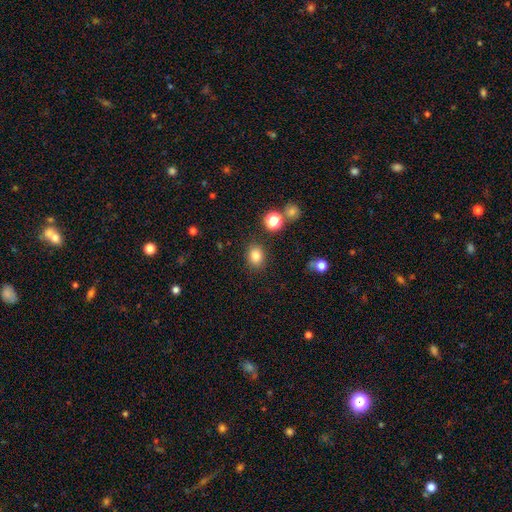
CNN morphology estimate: smooth-or-featured: smooth: 81% | star or artifact: 13% | featured or disk: 6%
  how-rounded: round: 54% | in between: 45% | cigar-shaped: 1%
  merging: none: 86% | minor disturbance: 8% | major disturbance: 3% | merger: 3%